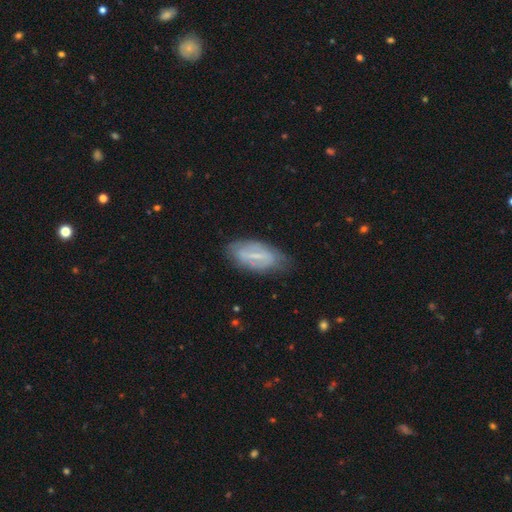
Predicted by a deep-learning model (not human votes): Morphology: type=featured or disk (61%); edge-on=no (87%); bar=strong (51%); spiral arms=yes (55%); bulge=small (54%); merging=none (73%).